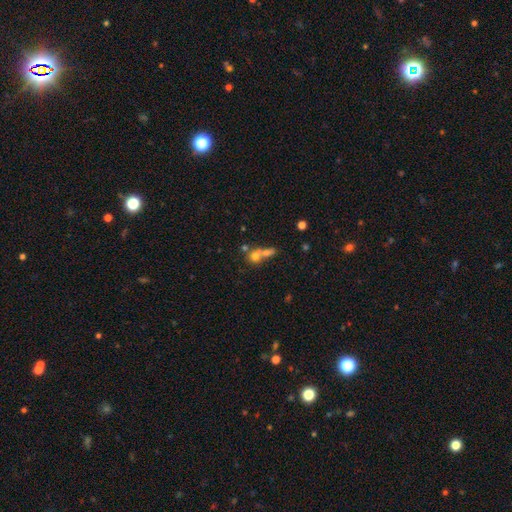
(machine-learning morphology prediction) This is likely a smooth galaxy (66%). How rounded: likely round (75%). Merging: possibly merger (60%).